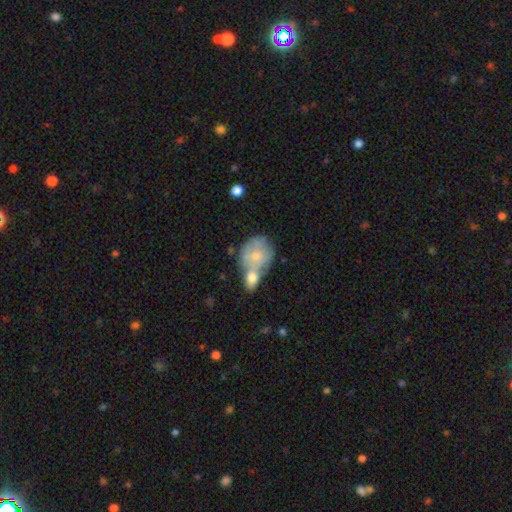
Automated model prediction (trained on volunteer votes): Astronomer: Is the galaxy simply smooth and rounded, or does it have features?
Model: smooth — 64%.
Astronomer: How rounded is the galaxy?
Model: round — 64%.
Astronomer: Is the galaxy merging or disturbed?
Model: merger — 61%.